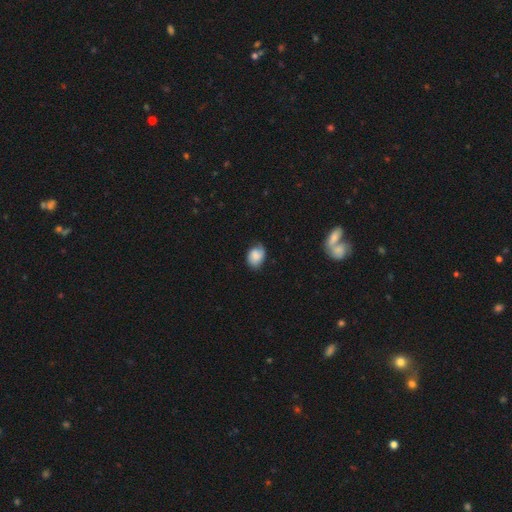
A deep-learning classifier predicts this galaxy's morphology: This appears to be a smooth galaxy with no disk features (69%) that is in between round and cigar-shaped (66%). Merging: none (61%).